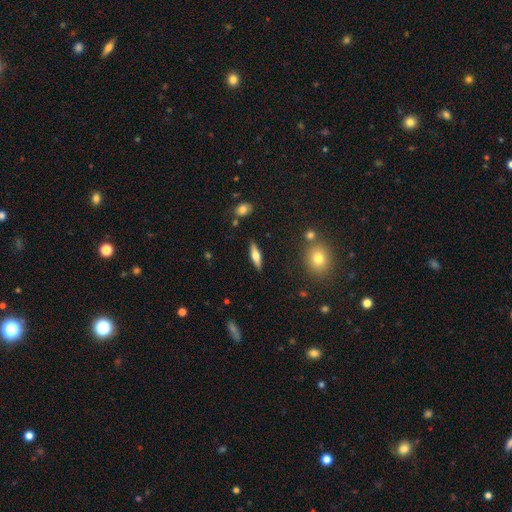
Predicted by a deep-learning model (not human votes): A smooth galaxy with no disk features (53%) that is cigar-shaped (59%).

Vote fractions:
- Smooth or featured? smooth: 53% / featured or disk: 40% / star or artifact: 7%
- How rounded? cigar-shaped: 59% / in between: 39% / round: 3%
- Merging? none: 87% / minor disturbance: 8% / major disturbance: 2% / merger: 2%